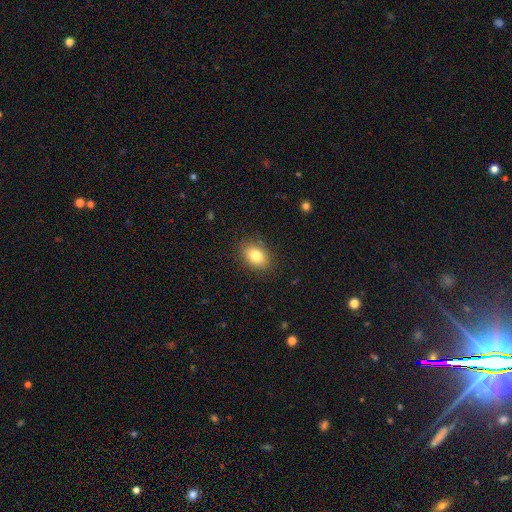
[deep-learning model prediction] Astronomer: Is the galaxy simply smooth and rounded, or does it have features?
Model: smooth — 81%.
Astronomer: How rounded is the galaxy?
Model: in between — 73%.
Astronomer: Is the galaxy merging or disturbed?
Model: none — 86%.